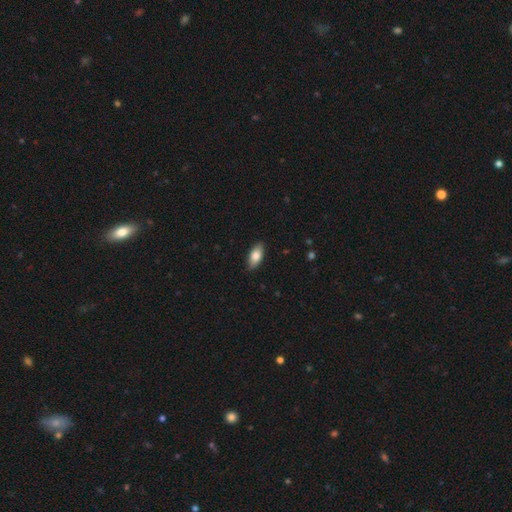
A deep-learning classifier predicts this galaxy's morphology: Smooth or featured: smooth — 81% (featured or disk — 13%)
How rounded: in between — 88% (cigar-shaped — 9%)
Merging: none — 88% (minor disturbance — 9%)